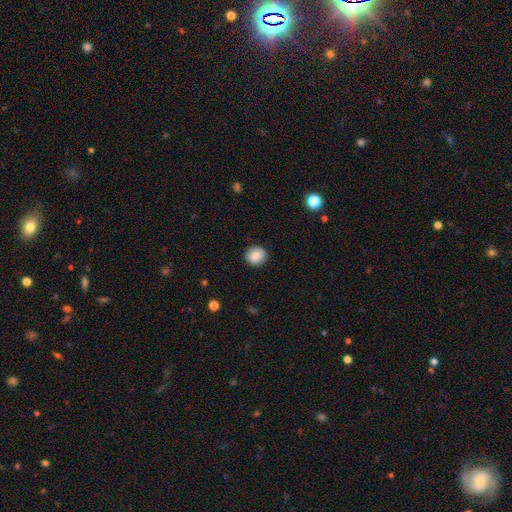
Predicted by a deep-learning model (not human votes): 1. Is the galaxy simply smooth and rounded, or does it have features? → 86% smooth, 8% star or artifact, 6% featured or disk.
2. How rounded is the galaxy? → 90% round, 9% in between, 1% cigar-shaped.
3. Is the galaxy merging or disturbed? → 91% none, 6% minor disturbance, 2% major disturbance, 1% merger.